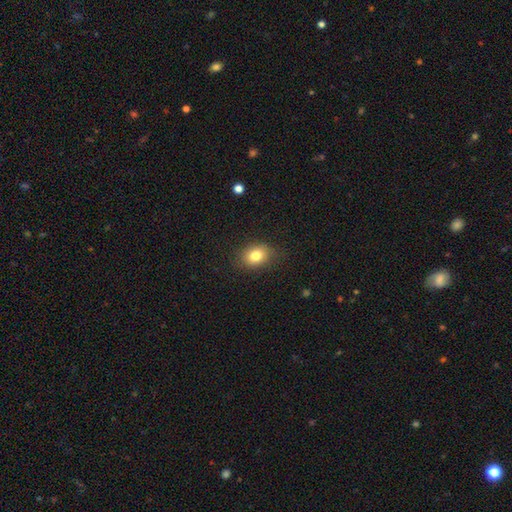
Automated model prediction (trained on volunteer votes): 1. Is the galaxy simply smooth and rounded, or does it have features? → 81% smooth, 10% star or artifact, 9% featured or disk.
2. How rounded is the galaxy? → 60% in between, 39% round, 1% cigar-shaped.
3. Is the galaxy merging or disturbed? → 84% none, 12% minor disturbance, 3% major disturbance, 1% merger.